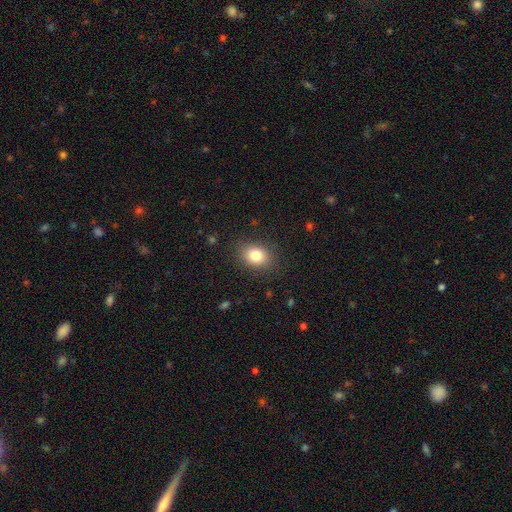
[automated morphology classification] Smooth or featured: smooth — 82% (star or artifact — 10%)
How rounded: in between — 67% (round — 32%)
Merging: none — 85% (minor disturbance — 10%)